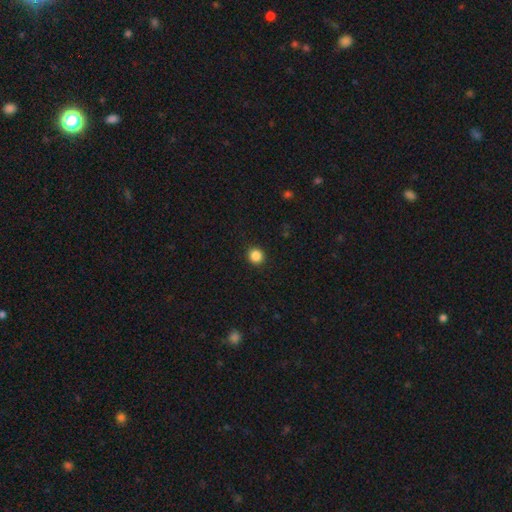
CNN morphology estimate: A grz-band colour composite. It shows a smooth galaxy with no disk features (86%) that is round (92%). Merging: none (93%).